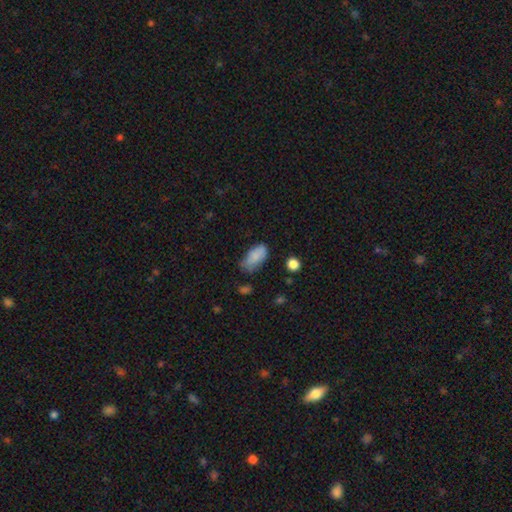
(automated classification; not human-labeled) smooth_or_featured: smooth (p=0.82) [alt: featured or disk p=0.10]
how_rounded: in between (p=0.92) [alt: cigar-shaped p=0.05]
merging: none (p=0.56) [alt: minor disturbance p=0.32]